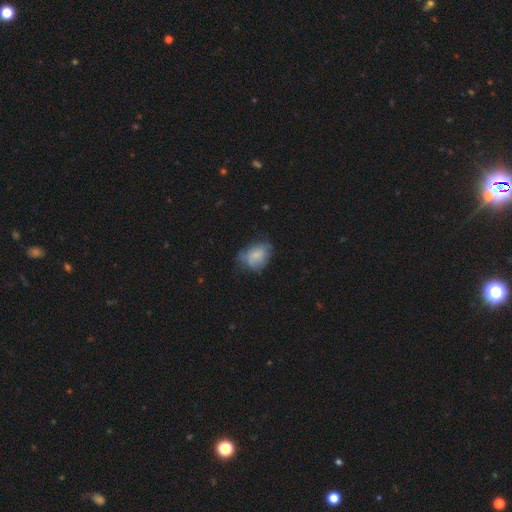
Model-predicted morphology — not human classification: smooth_or_featured: smooth (p=0.69) [alt: featured or disk p=0.22]
how_rounded: in between (p=0.72) [alt: round p=0.26]
merging: none (p=0.45) [alt: minor disturbance p=0.36]